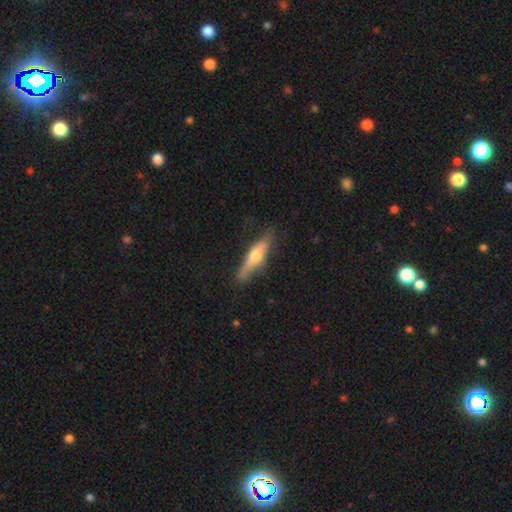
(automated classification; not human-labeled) Morphology: type=featured or disk (52%); edge-on=yes (92%); merging=none (80%).